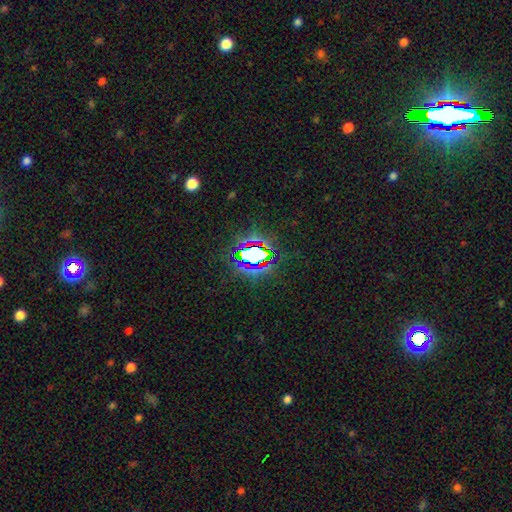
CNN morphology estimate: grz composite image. It shows a star or artifact, not a galaxy (70%).